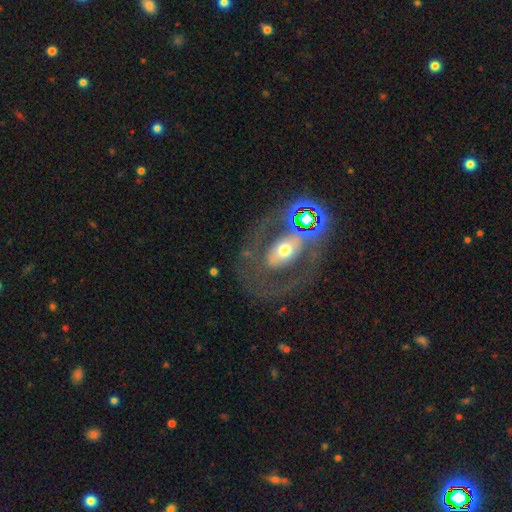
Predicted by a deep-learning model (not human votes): smooth-or-featured: featured or disk: 76% | smooth: 15% | star or artifact: 8%
  disk-edge-on: no: 92% | yes: 8%
    bar: no: 43% | strong: 30% | weak: 27%
    has-spiral-arms: yes: 51% | no: 49%
    bulge-size: moderate: 59% | small: 30% | large: 8% | none: 2% | dominant: 2%
  merging: none: 51% | merger: 23% | minor disturbance: 14% | major disturbance: 12%